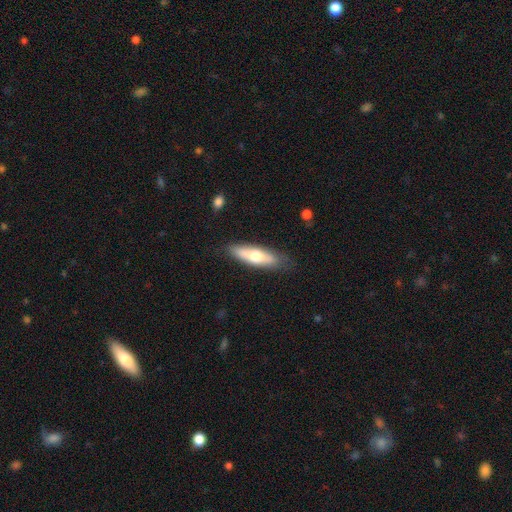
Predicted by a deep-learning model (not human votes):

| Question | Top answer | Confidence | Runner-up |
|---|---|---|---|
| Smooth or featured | smooth | 60% | featured or disk (35%) |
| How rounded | cigar-shaped | 52% | in between (46%) |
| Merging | none | 80% | minor disturbance (15%) |